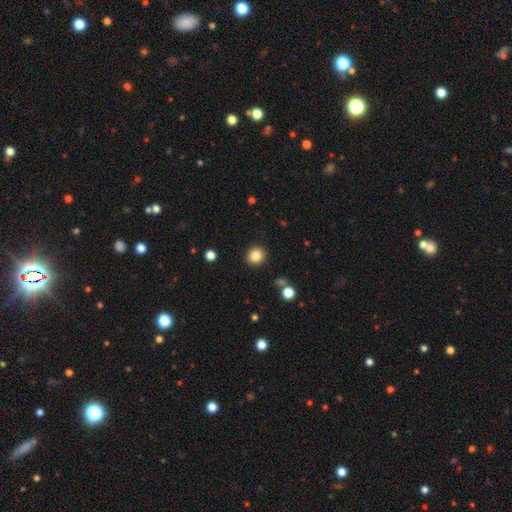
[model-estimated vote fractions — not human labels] Smooth or featured? Predicted: smooth (p=0.84). How rounded? Predicted: round (p=0.91). Merging? Predicted: none (p=0.90).